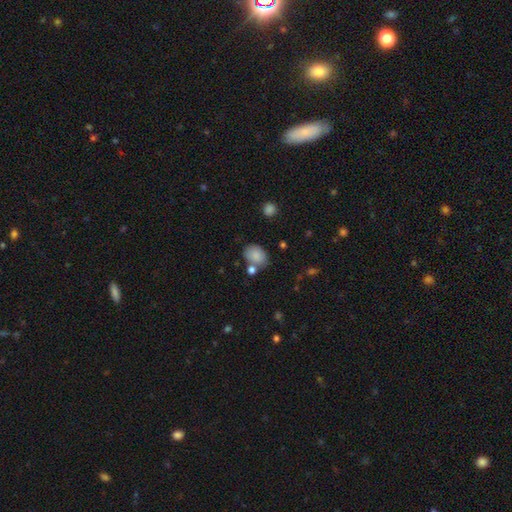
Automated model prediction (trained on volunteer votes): Morphology: type=smooth (84%); roundness=in between (70%); merging=none (65%).